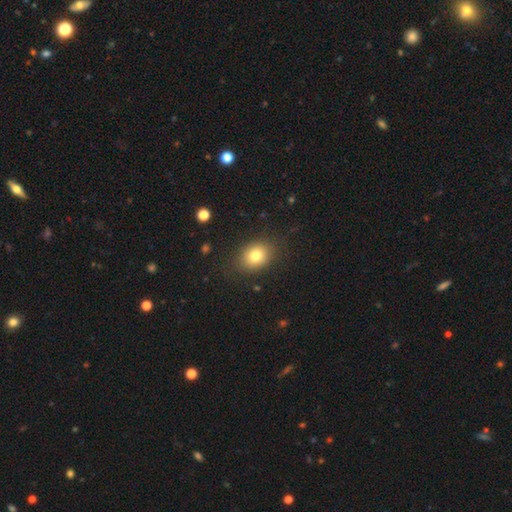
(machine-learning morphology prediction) Smooth or featured: smooth — 79% (featured or disk — 11%)
How rounded: in between — 61% (round — 38%)
Merging: none — 84% (minor disturbance — 11%)